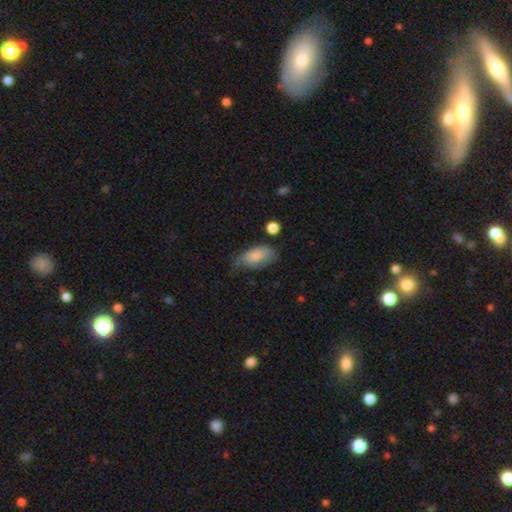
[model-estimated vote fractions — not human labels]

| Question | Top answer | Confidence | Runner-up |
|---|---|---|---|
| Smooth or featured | smooth | 75% | featured or disk (19%) |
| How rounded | in between | 91% | cigar-shaped (5%) |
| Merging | minor disturbance | 40% | none (37%) |